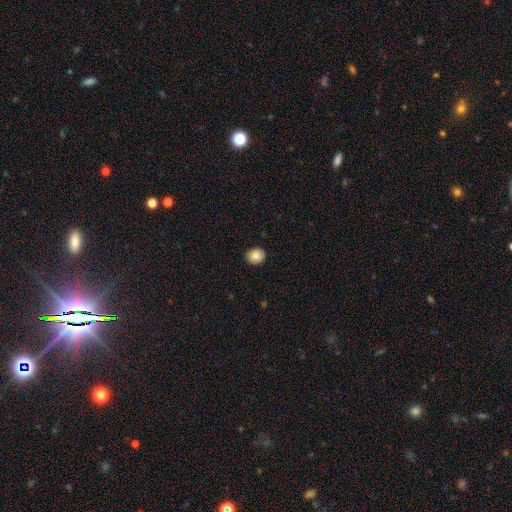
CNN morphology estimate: A smooth galaxy with no disk features (83%) that is round (73%).

Vote fractions:
- Smooth or featured? smooth: 83% / featured or disk: 9% / star or artifact: 9%
- How rounded? round: 73% / in between: 27% / cigar-shaped: 1%
- Merging? none: 89% / minor disturbance: 8% / major disturbance: 2% / merger: 1%